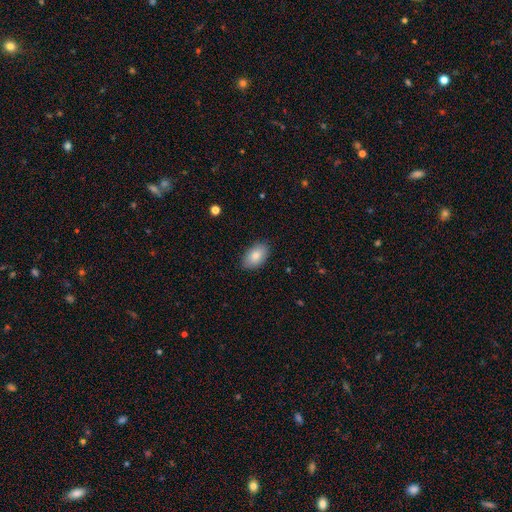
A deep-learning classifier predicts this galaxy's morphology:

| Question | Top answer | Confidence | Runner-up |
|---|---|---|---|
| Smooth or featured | smooth | 85% | featured or disk (9%) |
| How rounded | in between | 93% | round (6%) |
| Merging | none | 86% | minor disturbance (11%) |